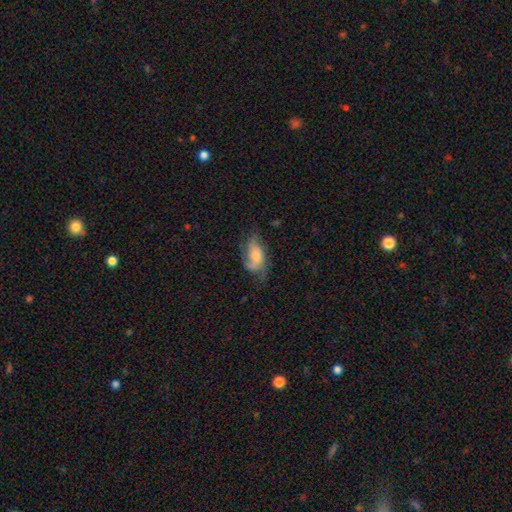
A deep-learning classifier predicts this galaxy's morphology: Smooth or featured?
  - featured or disk: 59% *
  - smooth: 33%
  - star or artifact: 8%
Edge-on disk?
  - no: 93% *
  - yes: 7%
Bar?
  - no: 68% *
  - weak: 26%
  - strong: 6%
Spiral arms?
  - yes: 86% *
  - no: 14%
Bulge size?
  - moderate: 49% *
  - small: 33%
  - large: 10%
  - none: 6%
  - dominant: 2%
Merging?
  - none: 53% *
  - minor disturbance: 27%
  - major disturbance: 18%
  - merger: 2%